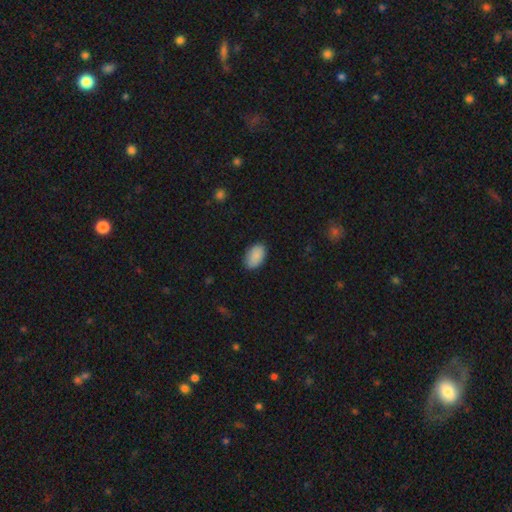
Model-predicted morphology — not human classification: This appears to be a smooth galaxy with no disk features (90%) that is in between round and cigar-shaped (92%). Merging: none (84%).